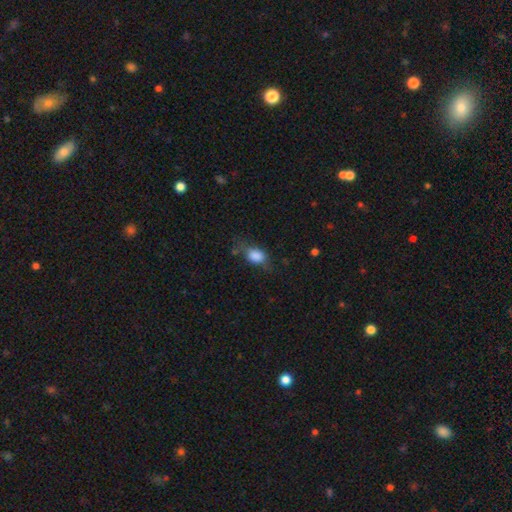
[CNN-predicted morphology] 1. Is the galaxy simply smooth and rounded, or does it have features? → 81% smooth, 11% featured or disk, 8% star or artifact.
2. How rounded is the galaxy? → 78% in between, 19% round, 3% cigar-shaped.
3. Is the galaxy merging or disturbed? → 51% none, 30% minor disturbance, 16% major disturbance, 3% merger.